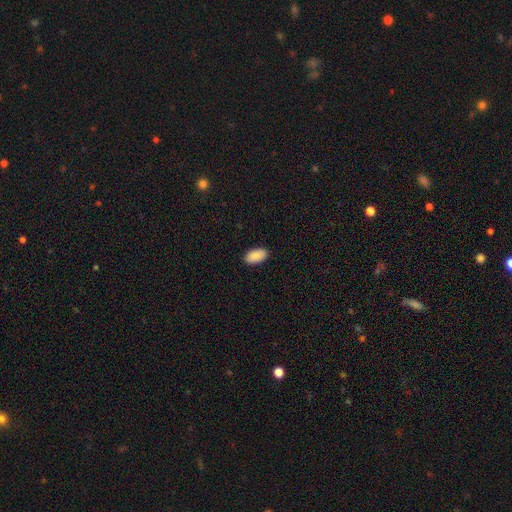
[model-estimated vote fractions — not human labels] Morphology: type=smooth (90%); roundness=in between (95%); merging=none (90%).